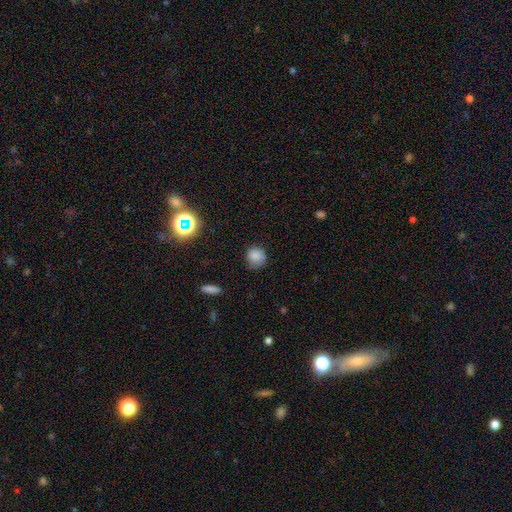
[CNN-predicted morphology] A smooth galaxy with no disk features (81%) that is round (87%). Merging: none (73%).